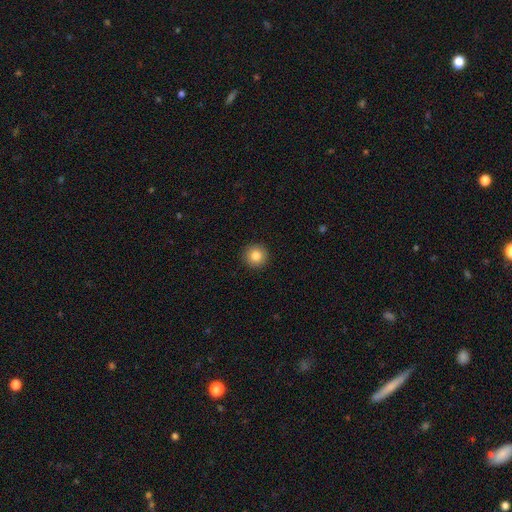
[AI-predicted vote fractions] Smooth or featured? smooth (85%)
How rounded? round (95%)
Merging? none (93%)